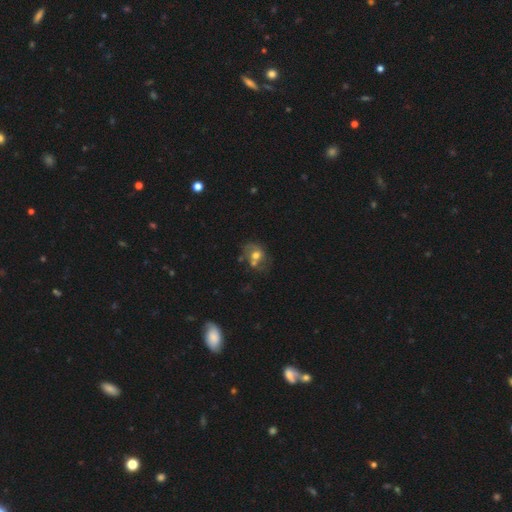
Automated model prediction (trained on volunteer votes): This appears to be a smooth galaxy with no disk features (53%) that is round (54%). Merging: none (35%).